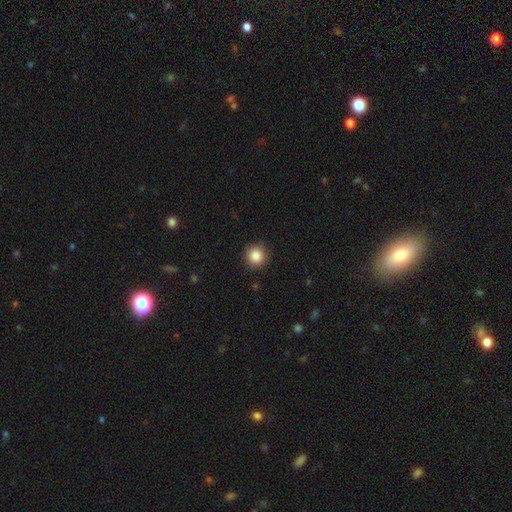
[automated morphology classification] type=smooth (86%); roundness=round (94%); merging=none (90%).